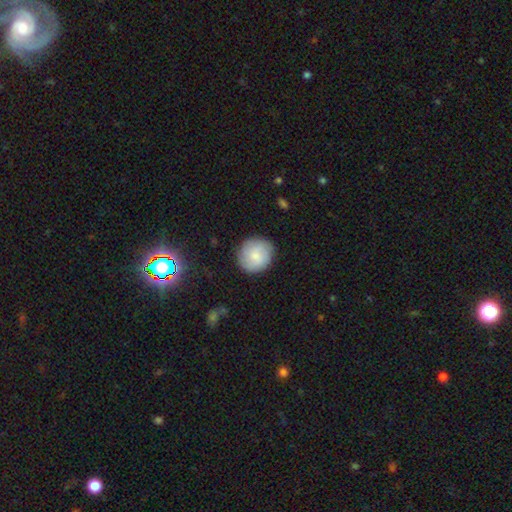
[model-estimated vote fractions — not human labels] Smooth or featured?
  - smooth: 76% *
  - featured or disk: 18%
  - star or artifact: 7%
How rounded?
  - round: 89% *
  - in between: 10%
  - cigar-shaped: 1%
Merging?
  - none: 86% *
  - minor disturbance: 10%
  - major disturbance: 2%
  - merger: 1%